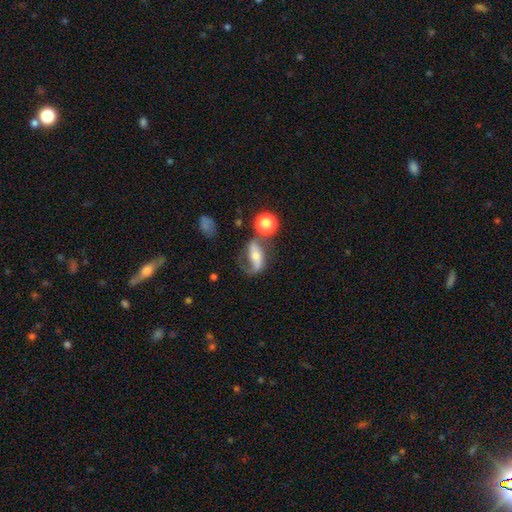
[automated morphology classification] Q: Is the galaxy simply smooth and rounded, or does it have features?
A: featured or disk — 64%.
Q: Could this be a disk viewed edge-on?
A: no — 88%.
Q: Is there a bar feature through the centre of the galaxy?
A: strong — 44%.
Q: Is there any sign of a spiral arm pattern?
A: yes — 81%.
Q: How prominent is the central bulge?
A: moderate — 49%.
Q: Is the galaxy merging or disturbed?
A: none — 49%.